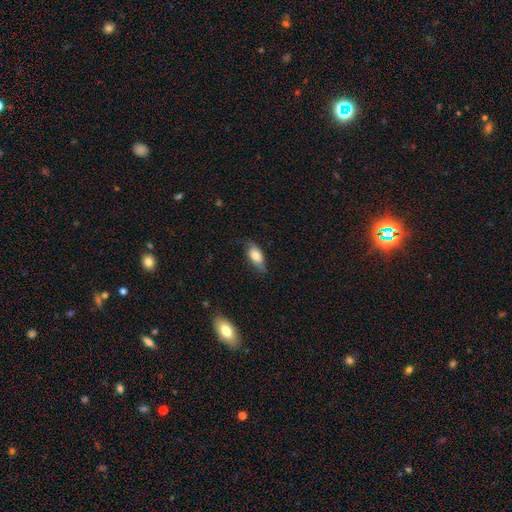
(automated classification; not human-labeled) A smooth galaxy with no disk features (72%) that is in between round and cigar-shaped (88%).

Vote fractions:
- Smooth or featured? smooth: 72% / featured or disk: 21% / star or artifact: 7%
- How rounded? in between: 88% / cigar-shaped: 7% / round: 4%
- Merging? none: 65% / minor disturbance: 26% / major disturbance: 7% / merger: 1%